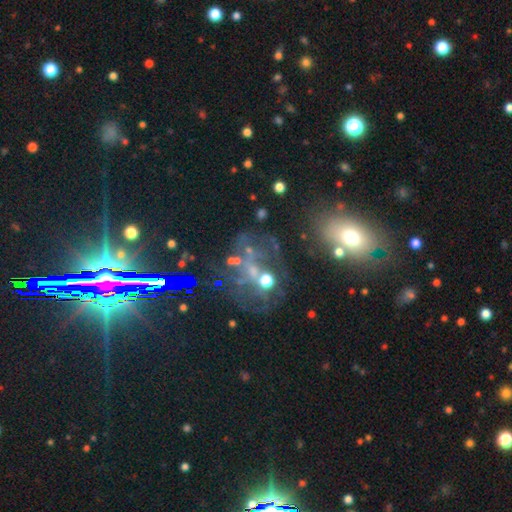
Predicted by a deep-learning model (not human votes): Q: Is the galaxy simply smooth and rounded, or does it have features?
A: star or artifact — 46%.